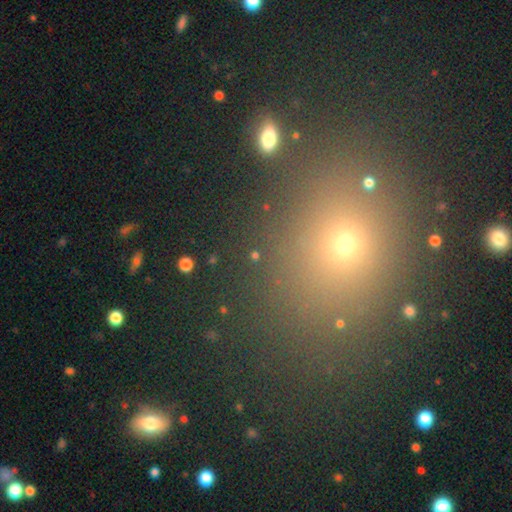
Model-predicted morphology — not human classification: smooth-or-featured: smooth: 48% | star or artifact: 43% | featured or disk: 10%
  merging: none: 82% | minor disturbance: 8% | merger: 5% | major disturbance: 5%